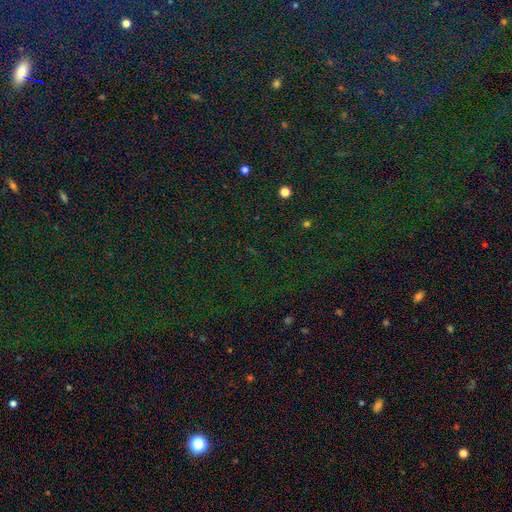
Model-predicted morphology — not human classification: A star or artifact, not a galaxy (84%).

Vote fractions:
- Smooth or featured? star or artifact: 84% / smooth: 9% / featured or disk: 7%